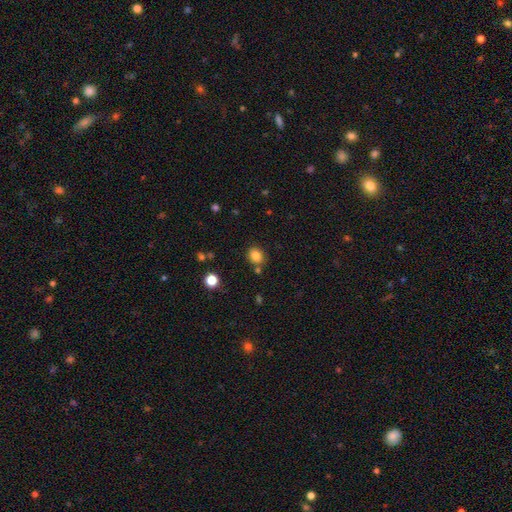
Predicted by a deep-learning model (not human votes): Q: Smooth or featured?
A: smooth (83%); runner-up: star or artifact (11%)
Q: How rounded?
A: round (61%); runner-up: in between (38%)
Q: Merging?
A: none (79%); runner-up: minor disturbance (11%)